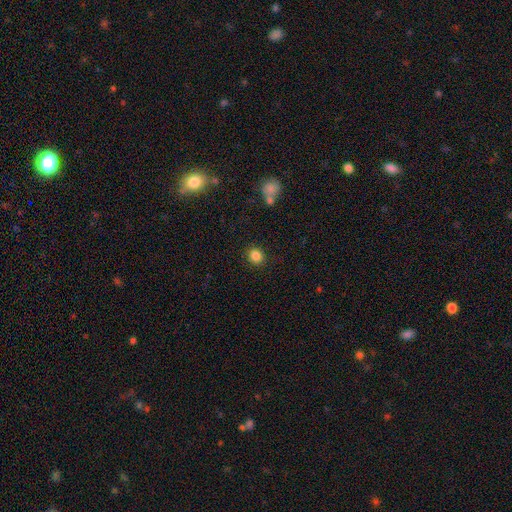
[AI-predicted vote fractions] A smooth galaxy with no disk features (85%) that is round (82%).

Vote fractions:
- Smooth or featured? smooth: 85% / star or artifact: 10% / featured or disk: 4%
- How rounded? round: 82% / in between: 17% / cigar-shaped: 1%
- Merging? none: 89% / minor disturbance: 7% / major disturbance: 2% / merger: 2%